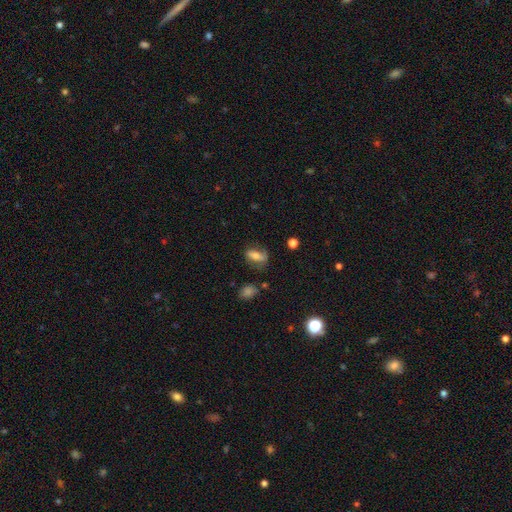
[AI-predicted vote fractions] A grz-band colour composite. It shows a smooth galaxy with no disk features (59%) that is in between round and cigar-shaped (79%). Merging: none (58%).